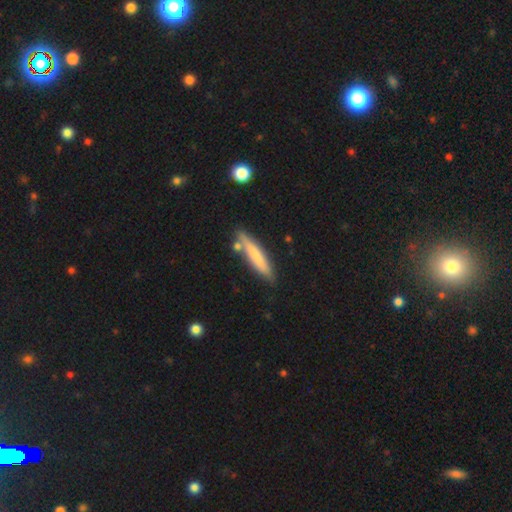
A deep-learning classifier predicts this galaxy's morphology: This is likely a smooth galaxy (68%). How rounded: clearly cigar-shaped (90%). Merging: likely none (78%).